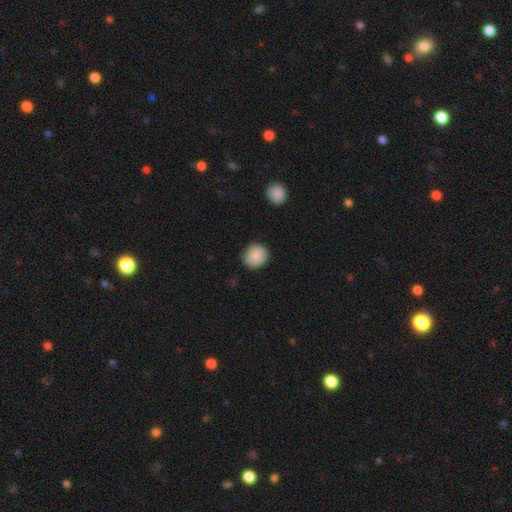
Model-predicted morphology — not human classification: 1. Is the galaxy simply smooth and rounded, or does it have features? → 88% smooth, 7% star or artifact, 5% featured or disk.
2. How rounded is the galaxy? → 86% round, 13% in between, 1% cigar-shaped.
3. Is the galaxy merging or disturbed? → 87% none, 10% minor disturbance, 2% major disturbance, 1% merger.